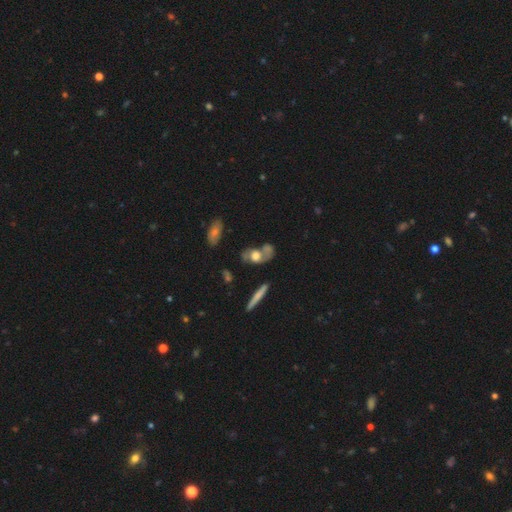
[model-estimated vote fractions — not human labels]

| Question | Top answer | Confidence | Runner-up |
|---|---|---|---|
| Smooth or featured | featured or disk | 51% | smooth (41%) |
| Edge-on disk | no | 74% | yes (26%) |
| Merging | none | 46% | merger (22%) |